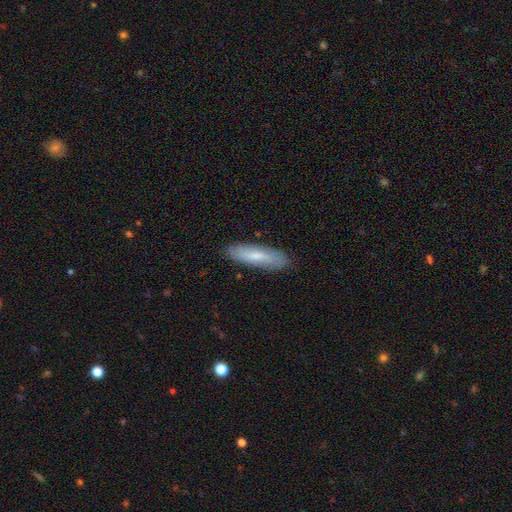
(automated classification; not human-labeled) A smooth galaxy with no disk features (69%) that is cigar-shaped (62%). Merging: none (86%).